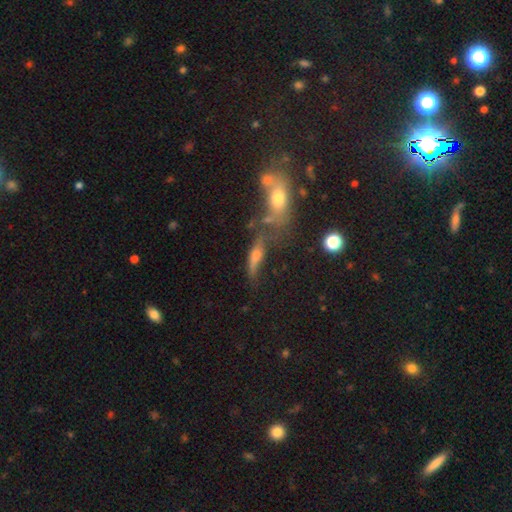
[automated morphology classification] Smooth or featured?
  - smooth: 40% *
  - featured or disk: 39%
  - star or artifact: 21%
Merging?
  - none: 42% *
  - merger: 26%
  - minor disturbance: 18%
  - major disturbance: 14%